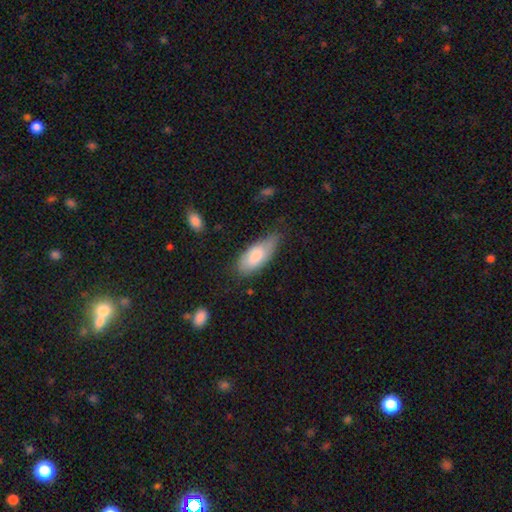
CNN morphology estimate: type=smooth (78%); roundness=in between (82%); merging=none (53%).